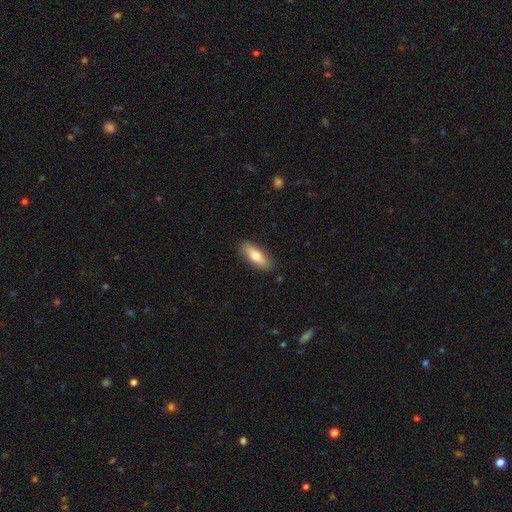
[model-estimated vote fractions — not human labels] A smooth galaxy with no disk features (71%) that is in between round and cigar-shaped (66%).

Vote fractions:
- Smooth or featured? smooth: 71% / featured or disk: 23% / star or artifact: 6%
- How rounded? in between: 66% / cigar-shaped: 31% / round: 3%
- Merging? none: 87% / minor disturbance: 9% / major disturbance: 2% / merger: 1%